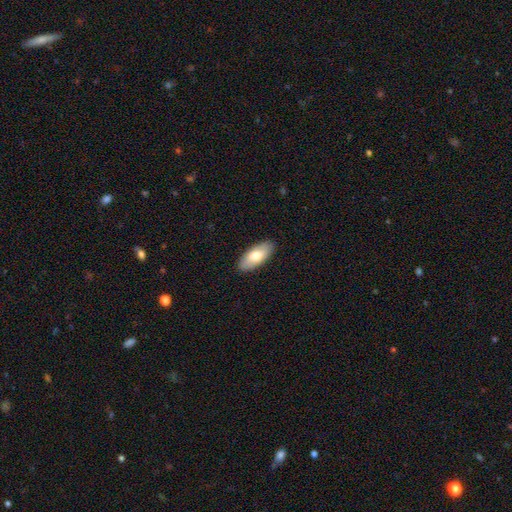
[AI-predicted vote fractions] Morphology: type=smooth (73%); roundness=in between (86%); merging=none (89%).